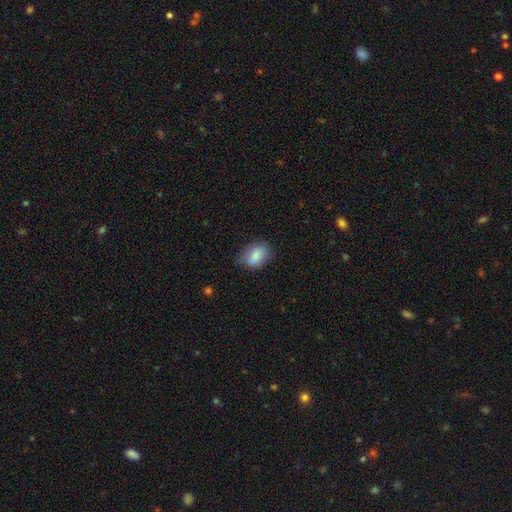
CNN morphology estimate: smooth-or-featured: smooth: 83% | featured or disk: 10% | star or artifact: 7%
  how-rounded: in between: 80% | round: 18% | cigar-shaped: 2%
  merging: none: 70% | minor disturbance: 24% | major disturbance: 5% | merger: 1%